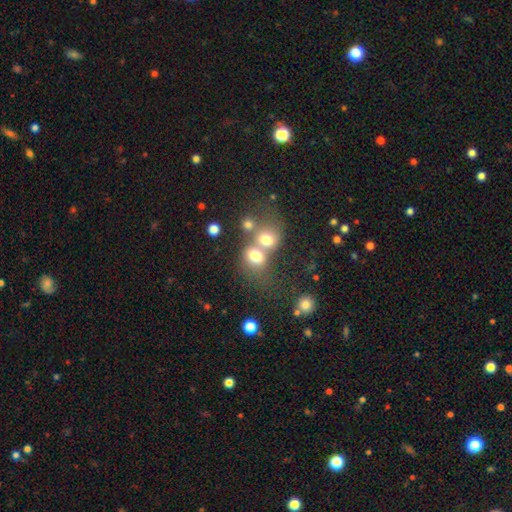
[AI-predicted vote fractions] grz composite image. It shows a smooth galaxy with no disk features (72%) that is round (61%). Merging: merger (54%).